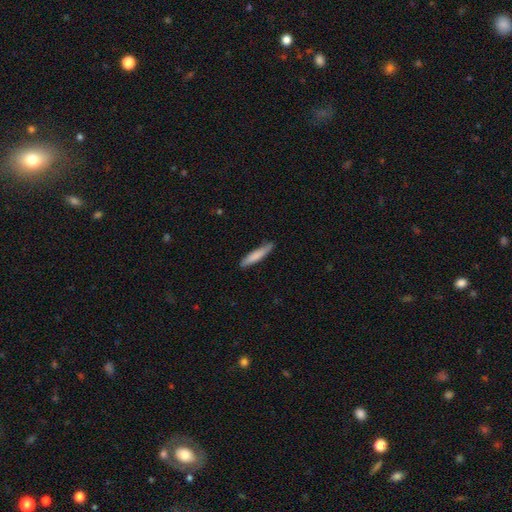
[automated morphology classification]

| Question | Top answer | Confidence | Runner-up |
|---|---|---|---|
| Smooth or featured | smooth | 79% | featured or disk (16%) |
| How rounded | cigar-shaped | 90% | in between (9%) |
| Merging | none | 83% | minor disturbance (14%) |